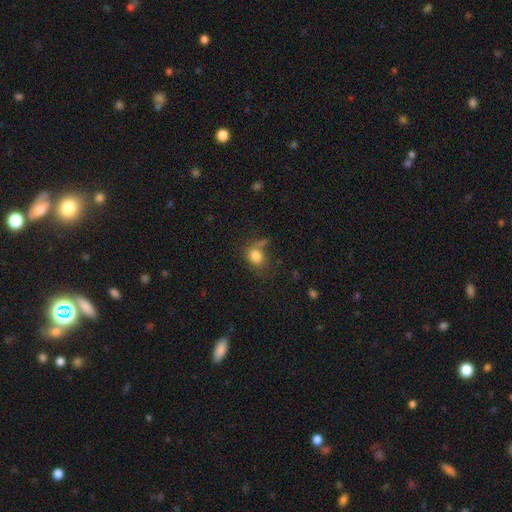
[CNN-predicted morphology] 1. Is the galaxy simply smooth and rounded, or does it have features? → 81% smooth, 11% star or artifact, 8% featured or disk.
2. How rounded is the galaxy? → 60% round, 38% in between, 1% cigar-shaped.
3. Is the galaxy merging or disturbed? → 51% none, 22% minor disturbance, 14% merger, 14% major disturbance.